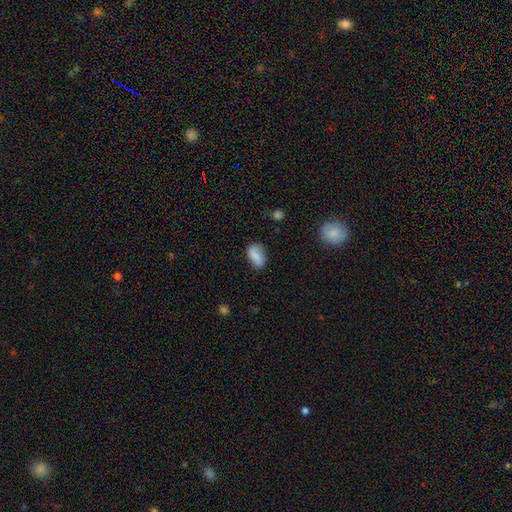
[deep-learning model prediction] smooth-or-featured: smooth: 80% | featured or disk: 11% | star or artifact: 9%
  how-rounded: in between: 88% | round: 8% | cigar-shaped: 3%
  merging: none: 66% | minor disturbance: 24% | major disturbance: 7% | merger: 3%